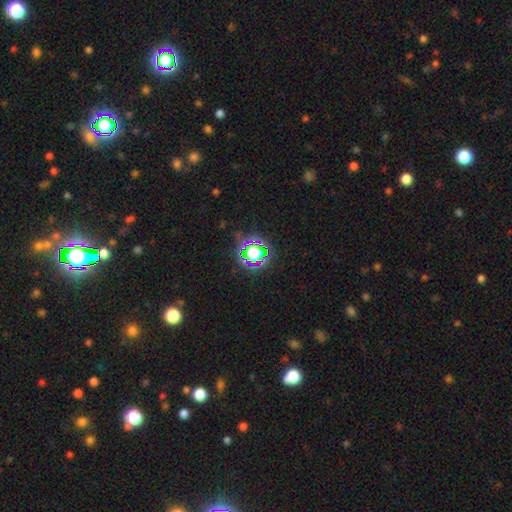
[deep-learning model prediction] Morphology: type=star or artifact (60%).